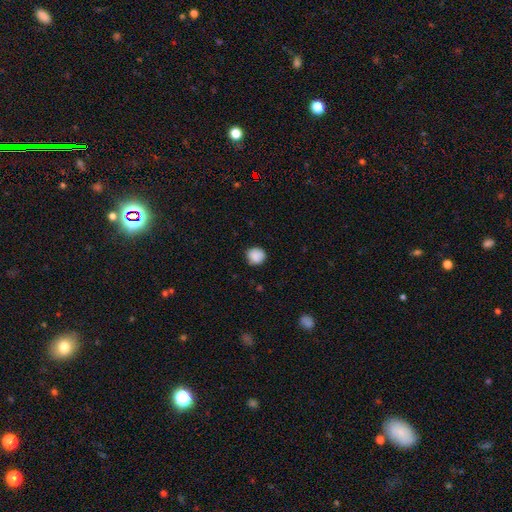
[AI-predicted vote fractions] Morphology: type=smooth (89%); roundness=round (89%); merging=none (86%).